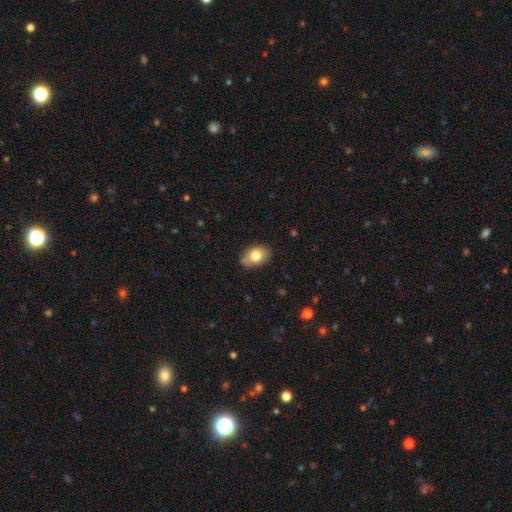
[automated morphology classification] Smooth or featured?
  - smooth: 79% *
  - featured or disk: 14%
  - star or artifact: 8%
How rounded?
  - in between: 85% *
  - round: 14%
  - cigar-shaped: 1%
Merging?
  - none: 82% *
  - minor disturbance: 14%
  - major disturbance: 2%
  - merger: 1%